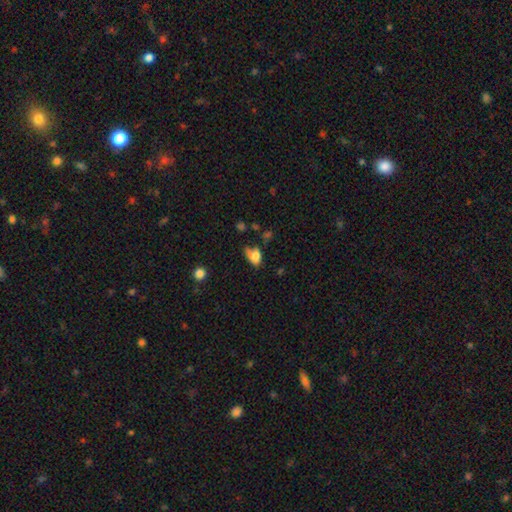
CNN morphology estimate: type=smooth (74%); roundness=in between (85%); merging=minor disturbance (33%).